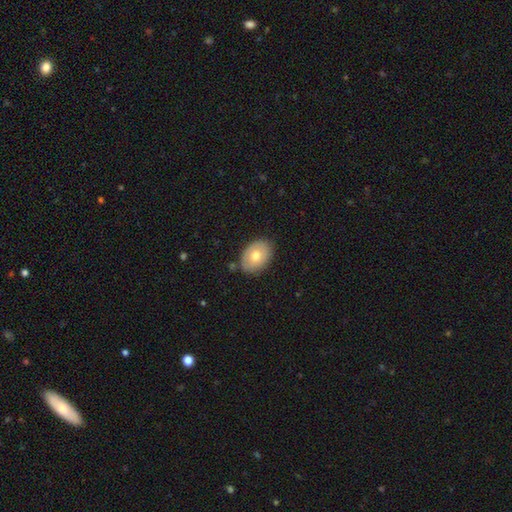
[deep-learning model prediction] A smooth galaxy with no disk features (65%) that is in between round and cigar-shaped (76%).

Vote fractions:
- Smooth or featured? smooth: 65% / featured or disk: 28% / star or artifact: 7%
- How rounded? in between: 76% / round: 23% / cigar-shaped: 1%
- Merging? none: 79% / minor disturbance: 16% / major disturbance: 3% / merger: 2%